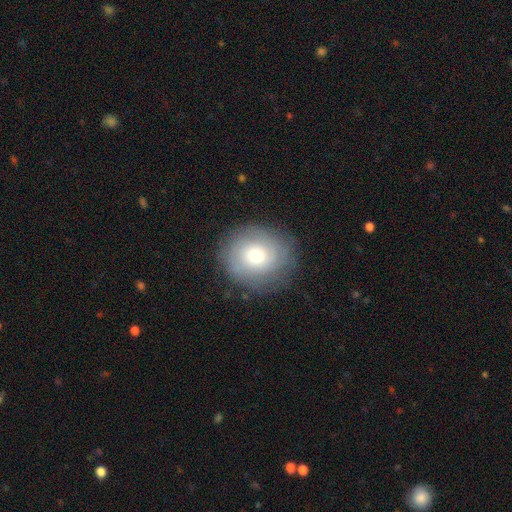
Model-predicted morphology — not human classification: This appears to be a smooth galaxy with no disk features (61%) that is round (79%). Merging: none (81%).